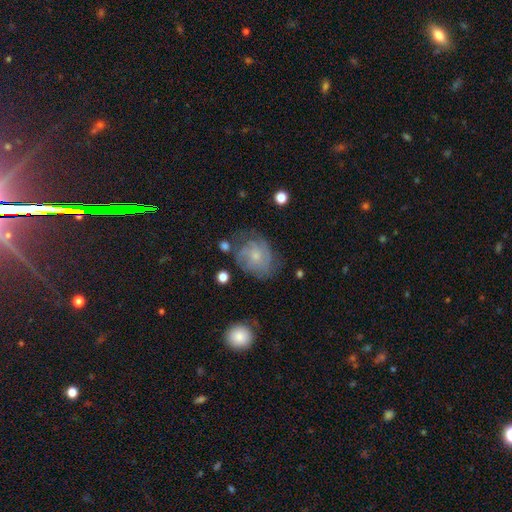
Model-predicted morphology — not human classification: Smooth or featured? featured or disk (66%)
Edge-on disk? no (97%)
Bar? no (75%)
Spiral arms? yes (87%)
Spiral winding? tight (51%)
Spiral arm count? can't tell (40%)
Bulge size? small (60%)
Merging? none (57%)